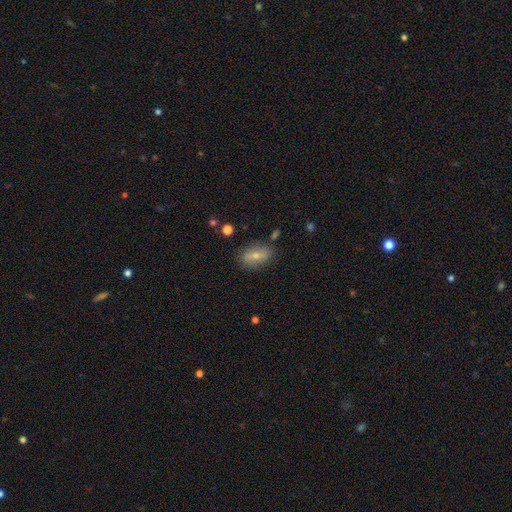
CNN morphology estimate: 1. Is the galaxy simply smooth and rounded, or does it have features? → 62% smooth, 30% featured or disk, 8% star or artifact.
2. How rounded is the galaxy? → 84% in between, 8% round, 7% cigar-shaped.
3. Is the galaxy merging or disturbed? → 79% none, 14% minor disturbance, 4% major disturbance, 3% merger.